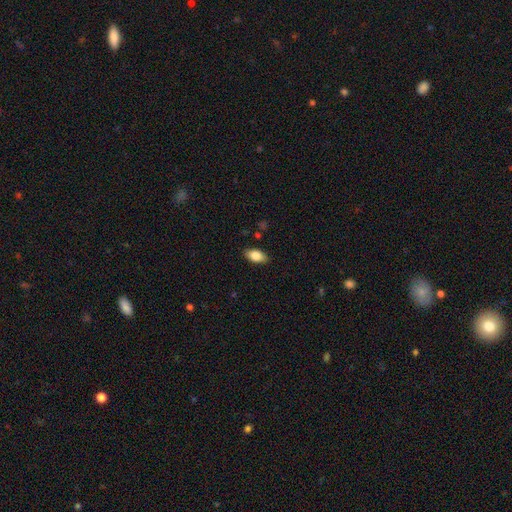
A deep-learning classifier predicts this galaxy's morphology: smooth_or_featured: smooth (p=0.82) [alt: featured or disk p=0.11]
how_rounded: in between (p=0.91) [alt: round p=0.05]
merging: none (p=0.87) [alt: minor disturbance p=0.10]